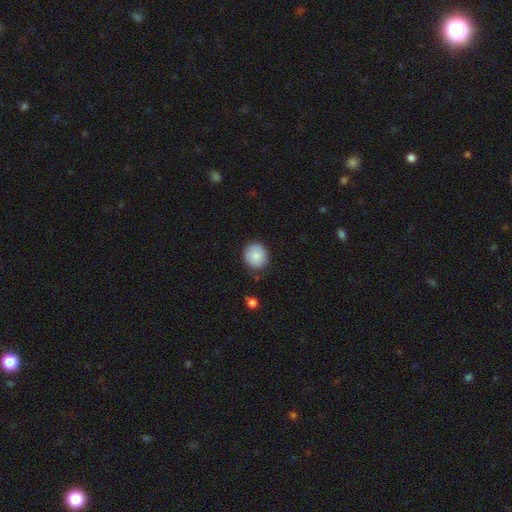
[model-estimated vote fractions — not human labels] Smooth or featured: smooth — 84% (featured or disk — 8%)
How rounded: round — 80% (in between — 19%)
Merging: none — 81% (minor disturbance — 15%)